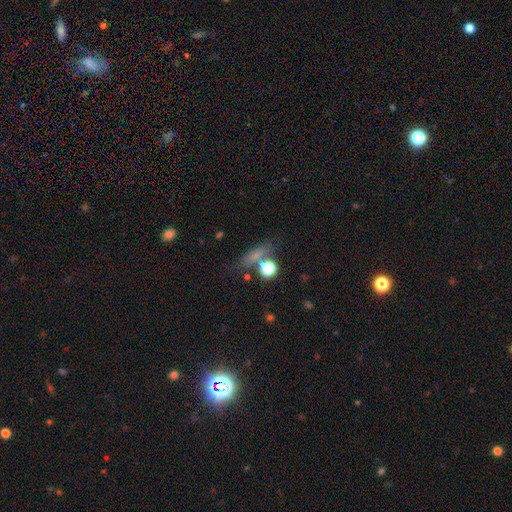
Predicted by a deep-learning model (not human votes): Overall: smooth (60%; star or artifact 24%). How rounded: cigar-shaped (43%; in between 32%). Merging: none (69%).